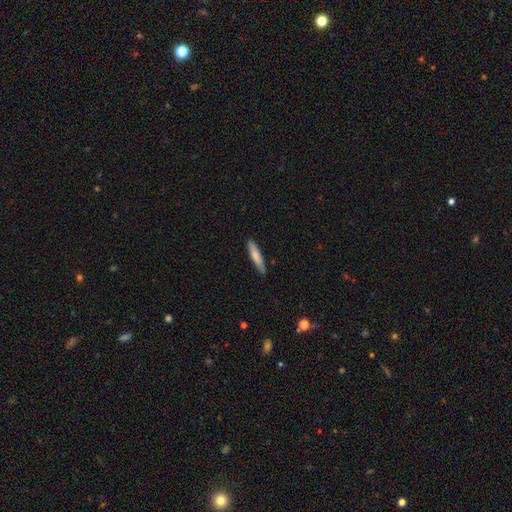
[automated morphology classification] smooth-or-featured: smooth: 76% | featured or disk: 18% | star or artifact: 6%
  how-rounded: cigar-shaped: 87% | in between: 12% | round: 1%
  merging: none: 84% | minor disturbance: 13% | major disturbance: 2% | merger: 1%